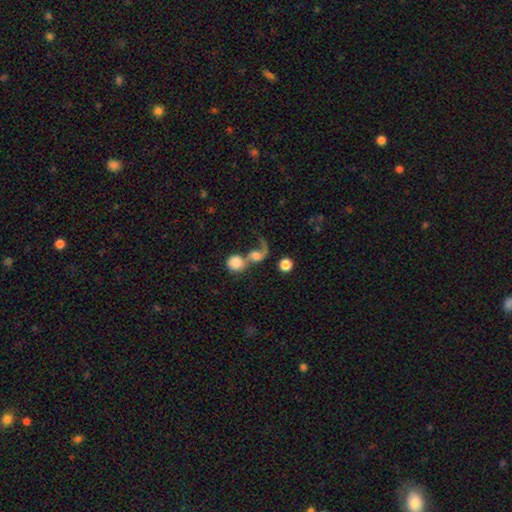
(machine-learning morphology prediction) A smooth galaxy with no disk features (45%). Merging: merger (46%).